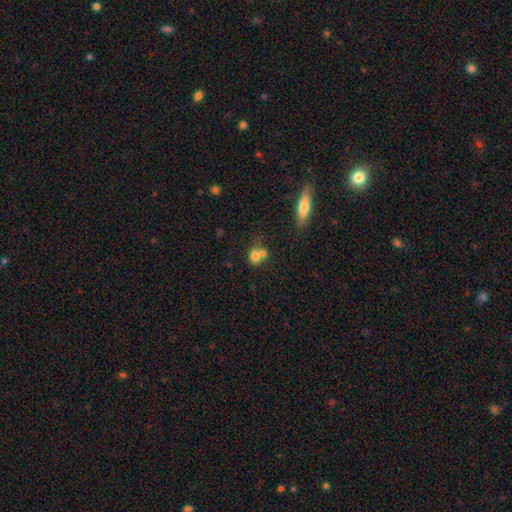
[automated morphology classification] Smooth or featured? Predicted: smooth (p=0.71). How rounded? Predicted: round (p=0.56). Merging? Predicted: merger (p=0.59).